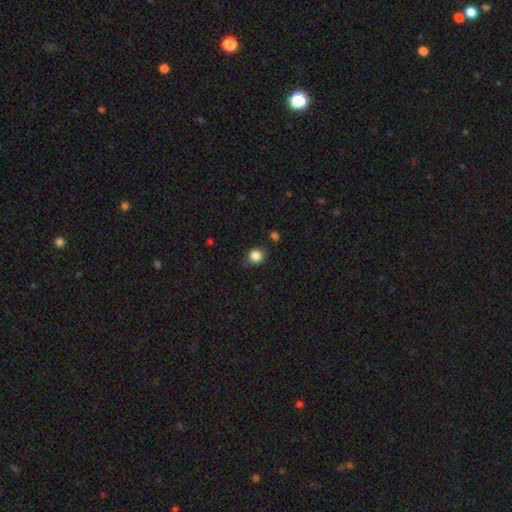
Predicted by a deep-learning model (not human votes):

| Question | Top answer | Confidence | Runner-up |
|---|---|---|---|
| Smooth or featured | smooth | 85% | star or artifact (11%) |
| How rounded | round | 87% | in between (12%) |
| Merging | none | 78% | minor disturbance (16%) |